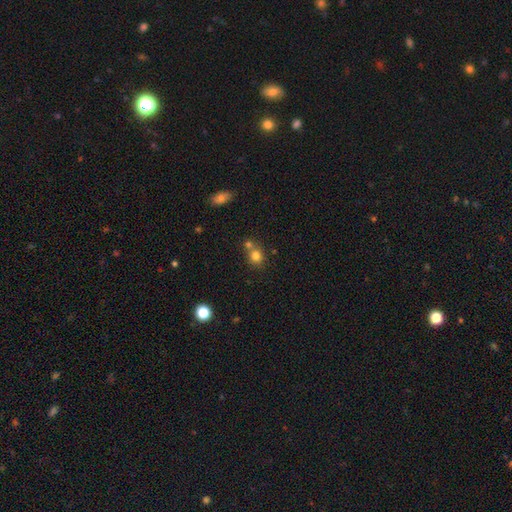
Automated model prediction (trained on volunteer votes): Smooth or featured? Predicted: smooth (p=0.79). How rounded? Predicted: round (p=0.79). Merging? Predicted: none (p=0.53).